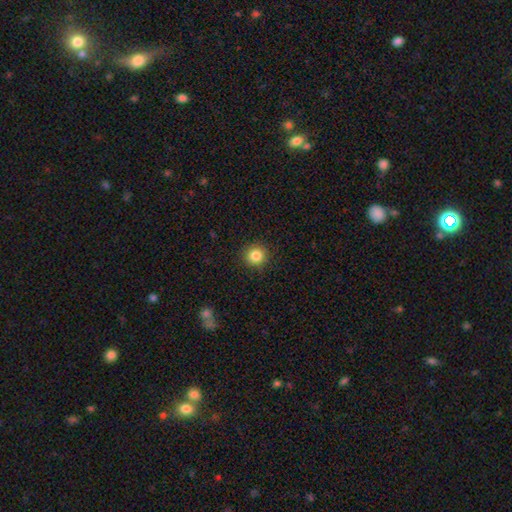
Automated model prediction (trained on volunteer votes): A smooth galaxy with no disk features (84%) that is round (93%). Merging: none (91%).